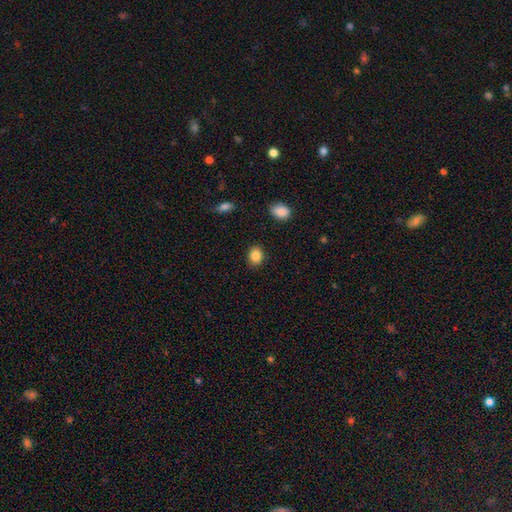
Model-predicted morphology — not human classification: Q: Smooth or featured?
A: smooth (85%); runner-up: star or artifact (9%)
Q: How rounded?
A: round (50%); runner-up: in between (49%)
Q: Merging?
A: none (89%); runner-up: minor disturbance (8%)